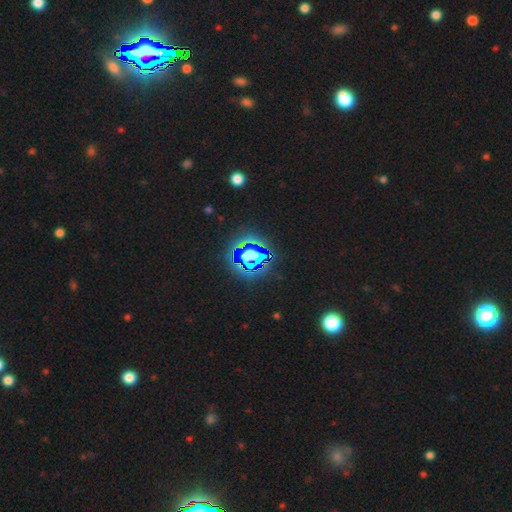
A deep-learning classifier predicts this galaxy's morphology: This appears to be a star or artifact, not a galaxy (62%).